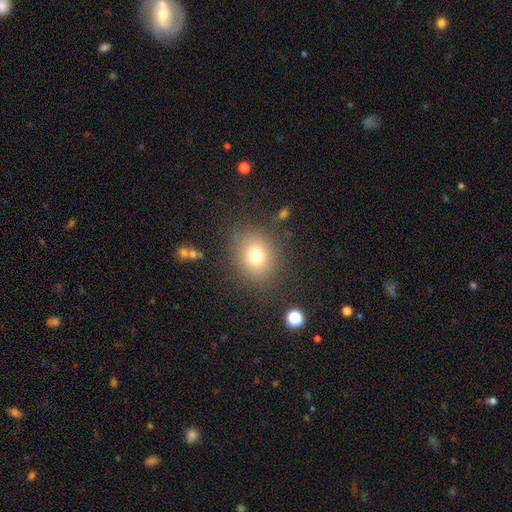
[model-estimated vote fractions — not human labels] Overall: smooth (74%). How rounded: round (68%; in between 31%). Merging: none (83%).